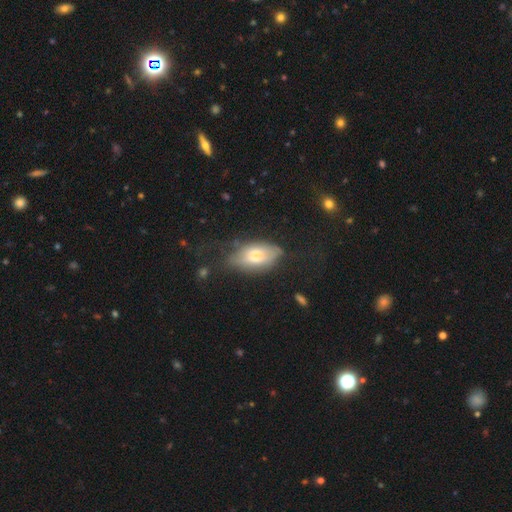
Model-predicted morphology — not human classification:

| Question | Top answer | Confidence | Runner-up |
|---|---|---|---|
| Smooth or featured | smooth | 57% | featured or disk (34%) |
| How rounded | in between | 88% | cigar-shaped (7%) |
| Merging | none | 49% | minor disturbance (30%) |